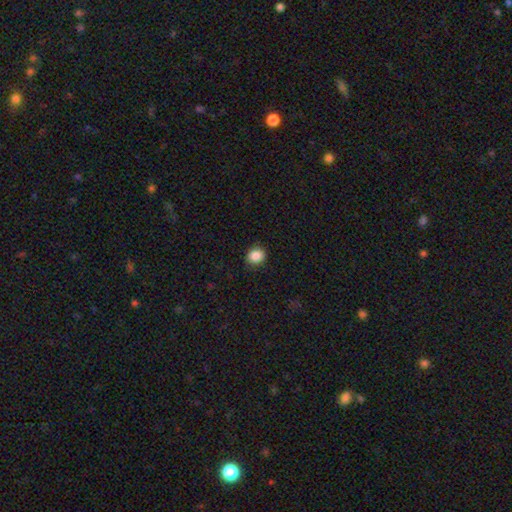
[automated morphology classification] This appears to be a smooth galaxy with no disk features (88%) that is round (77%). Merging: none (90%).